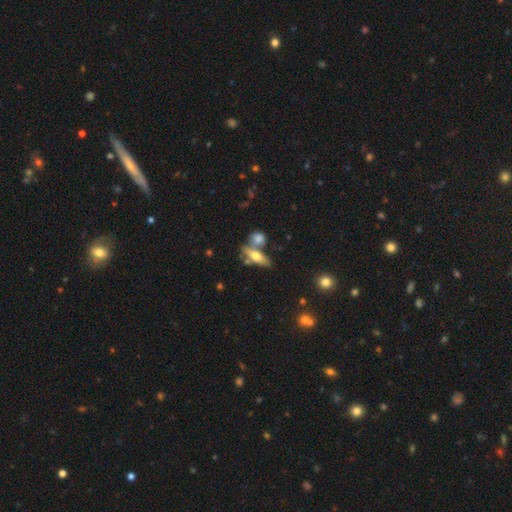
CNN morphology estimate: Smooth or featured: smooth — 56% (featured or disk — 36%)
How rounded: in between — 56% (cigar-shaped — 39%)
Merging: none — 48% (merger — 35%)